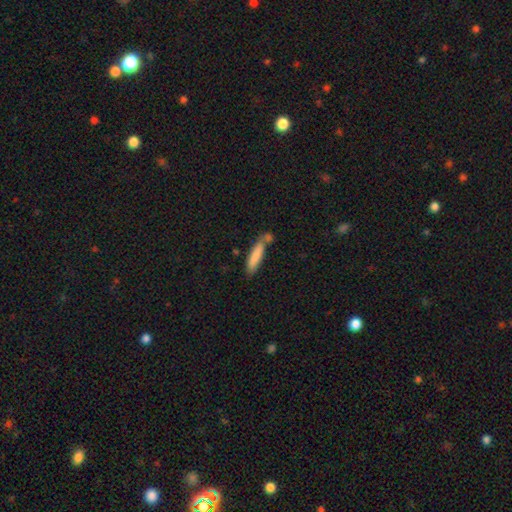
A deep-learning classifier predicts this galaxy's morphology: Smooth or featured? Predicted: smooth (p=0.81). How rounded? Predicted: cigar-shaped (p=0.80). Merging? Predicted: none (p=0.56).